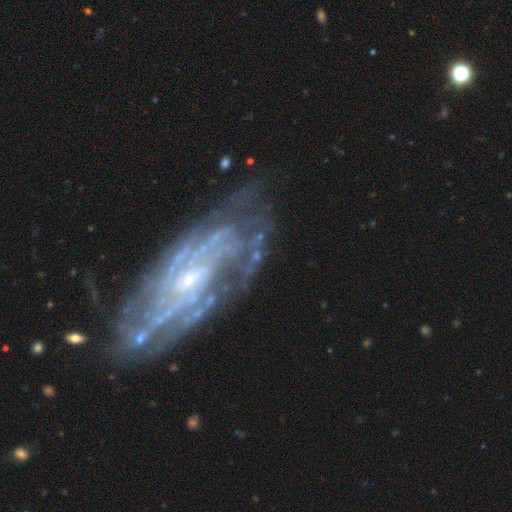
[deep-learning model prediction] The model was most divided on "bar": no: 51%, weak: 36%, strong: 13%. Remaining: edge-on disk — no (93%); spiral arms — yes (84%); smooth or featured — featured or disk (82%); bulge size — small (66%); merging — none (56%); spiral winding — tight (52%); spiral arm count — can't tell (43%).